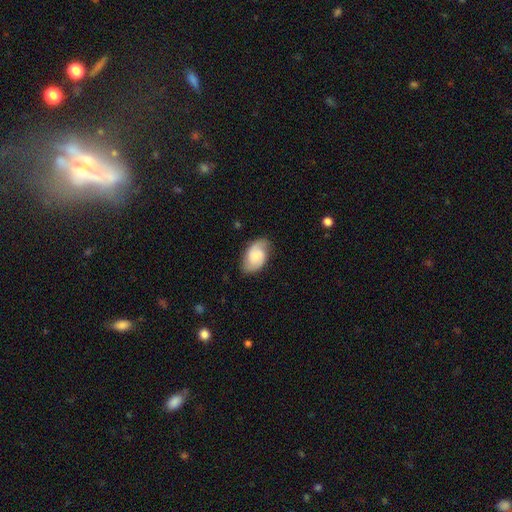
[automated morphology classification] A featured or disk galaxy (54%) with no bar (62%), spiral arms (92%) and a small central bulge (41%). Merging: none (74%).